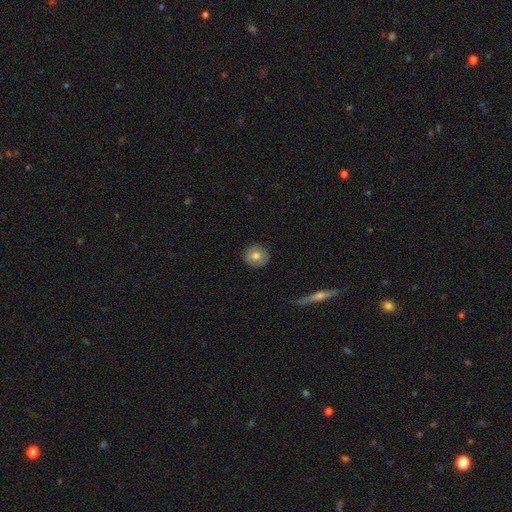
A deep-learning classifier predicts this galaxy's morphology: type=smooth (77%); roundness=round (91%); merging=none (88%).